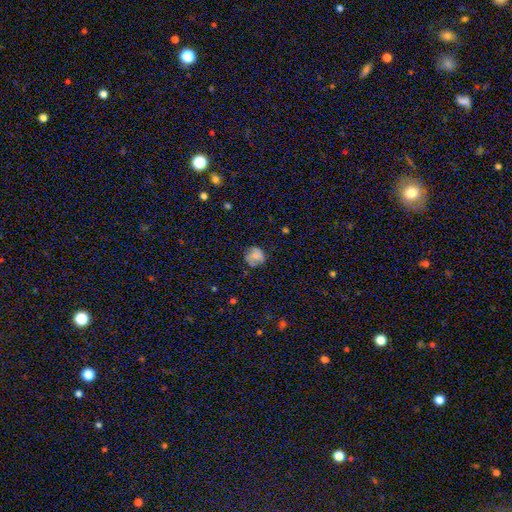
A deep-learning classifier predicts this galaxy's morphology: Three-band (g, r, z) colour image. It shows a smooth galaxy with no disk features (66%) that is round (80%). Merging: none (64%).